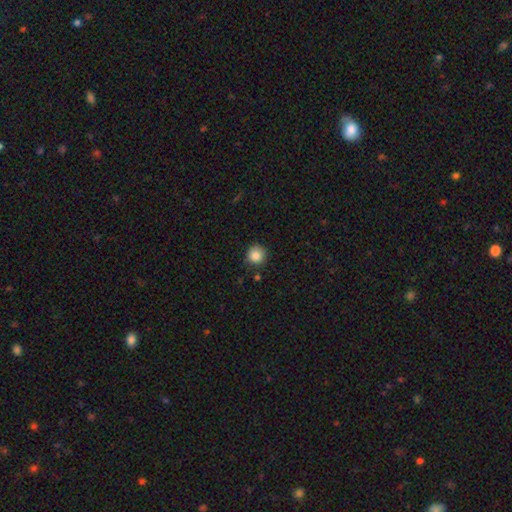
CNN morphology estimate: Smooth or featured: smooth — 85% (star or artifact — 10%)
How rounded: round — 93% (in between — 6%)
Merging: none — 84% (minor disturbance — 11%)